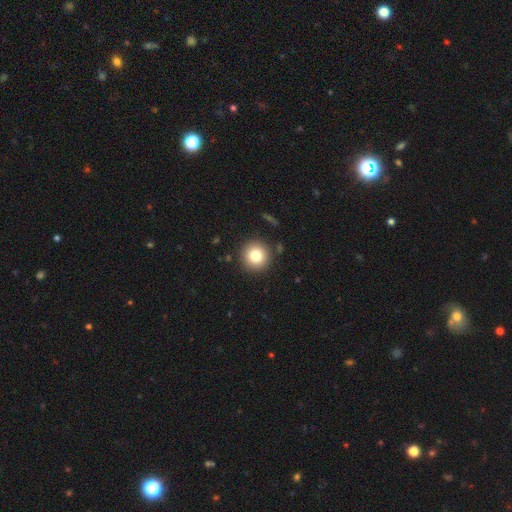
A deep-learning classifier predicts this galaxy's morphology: smooth 80%, star or artifact 11%, featured or disk 10%. Down the decision tree: how rounded — round (95%); merging — none (89%).